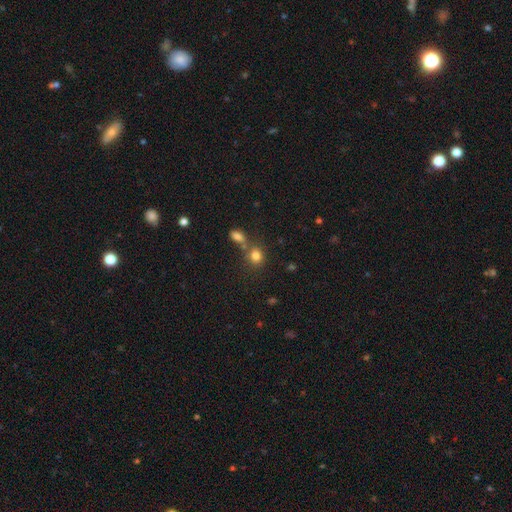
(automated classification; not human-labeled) This appears to be a smooth galaxy with no disk features (79%) that is round (71%). Merging: none (57%).